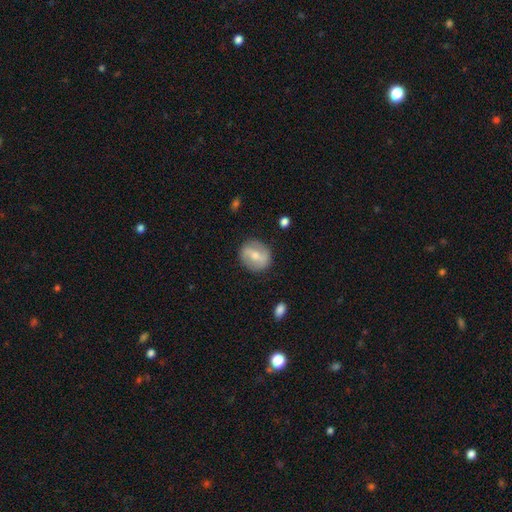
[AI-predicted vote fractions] This is possibly a featured or disk galaxy (48%). Merging: clearly none (83%).